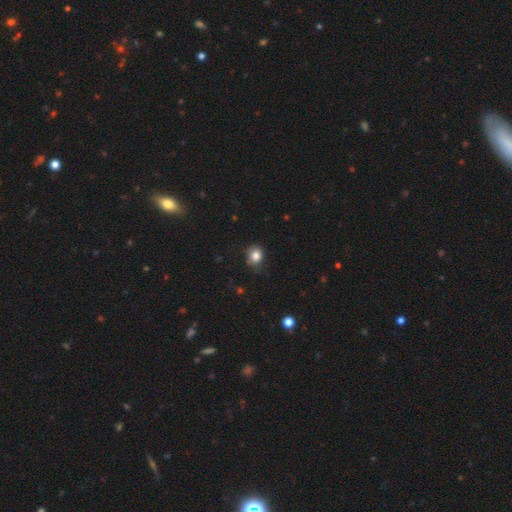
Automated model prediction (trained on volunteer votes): A smooth galaxy with no disk features (83%) that is round (70%). Merging: none (73%).